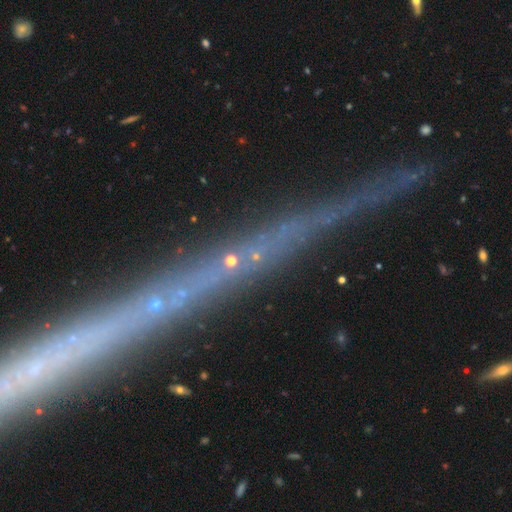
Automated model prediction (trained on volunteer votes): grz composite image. It shows a star or artifact, not a galaxy (45%).